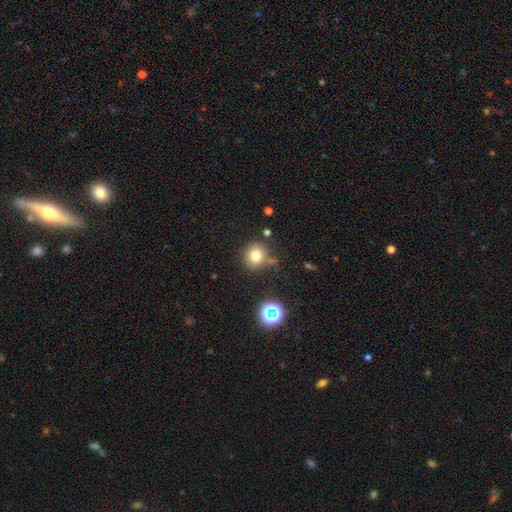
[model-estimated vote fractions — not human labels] smooth-or-featured: smooth: 77% | star or artifact: 15% | featured or disk: 8%
  how-rounded: round: 88% | in between: 11% | cigar-shaped: 1%
  merging: none: 74% | minor disturbance: 14% | merger: 7% | major disturbance: 5%